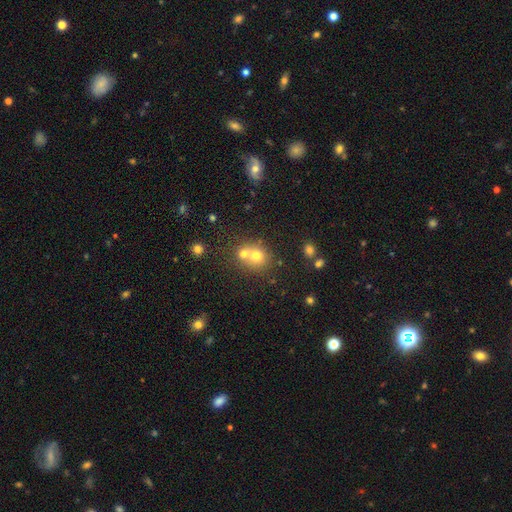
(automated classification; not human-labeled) Smooth or featured? smooth (68%)
How rounded? round (80%)
Merging? merger (51%)